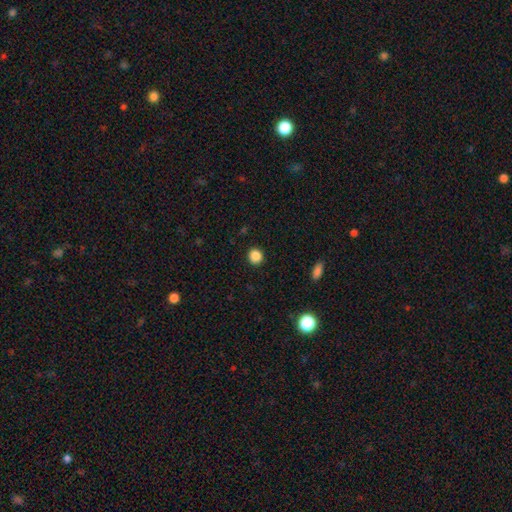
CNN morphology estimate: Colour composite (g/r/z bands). It shows a smooth galaxy with no disk features (87%) that is round (90%). Merging: none (92%).